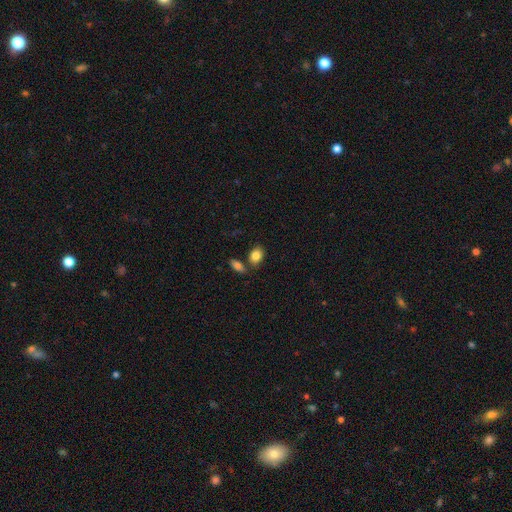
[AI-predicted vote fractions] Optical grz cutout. It shows a smooth galaxy with no disk features (84%) that is in between round and cigar-shaped (71%). Merging: none (67%).